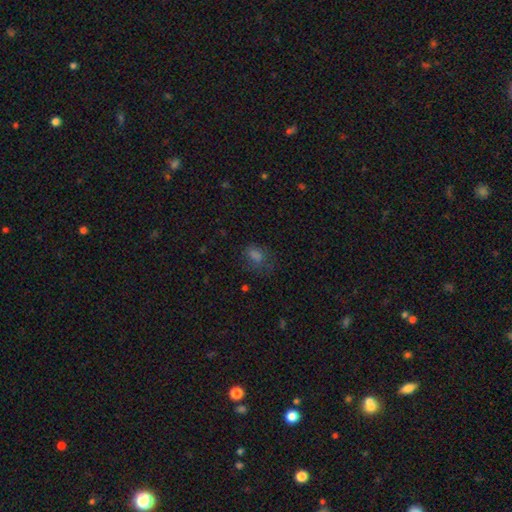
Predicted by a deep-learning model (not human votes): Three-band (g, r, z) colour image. It shows a smooth galaxy with no disk features (65%) that is in between round and cigar-shaped (62%). Merging: none (61%).